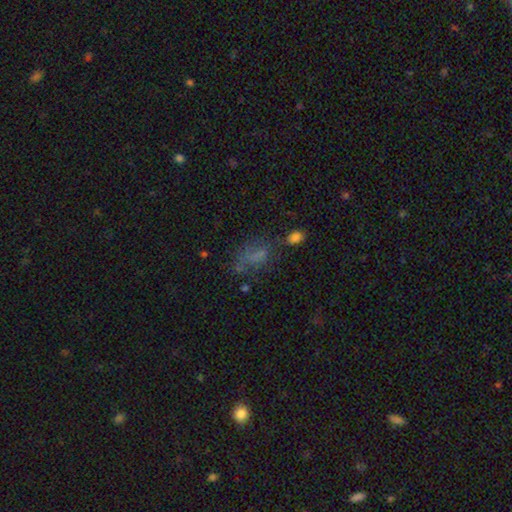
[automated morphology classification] Q: Smooth or featured?
A: smooth (55%); runner-up: star or artifact (23%)
Q: How rounded?
A: in between (78%); runner-up: round (15%)
Q: Merging?
A: none (39%); runner-up: major disturbance (26%)